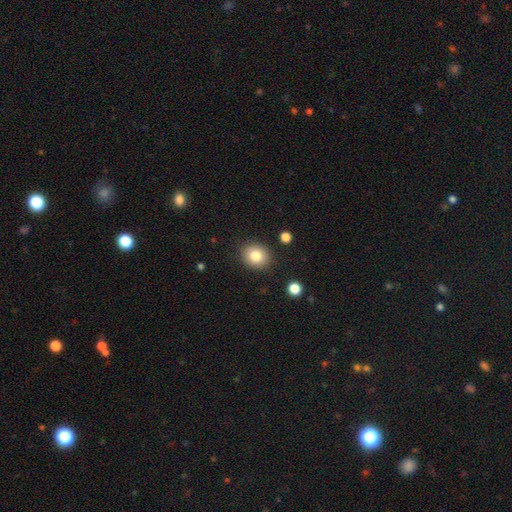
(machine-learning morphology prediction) Smooth or featured? smooth (82%)
How rounded? round (68%)
Merging? none (88%)